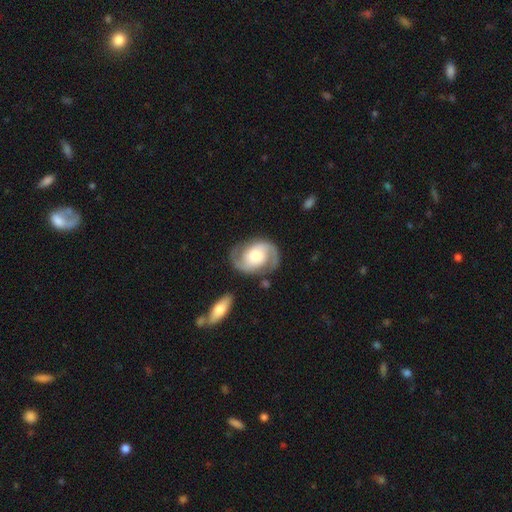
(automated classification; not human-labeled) This is clearly a featured or disk galaxy (85%). It is clearly not viewed edge-on (98%). Bar: possibly no (56%). Spiral arm pattern: clearly yes (97%). Spiral arm count: clearly 2 (92%). Spiral winding: possibly medium (53%). Central bulge: possibly moderate (48%). Merging: likely none (79%).